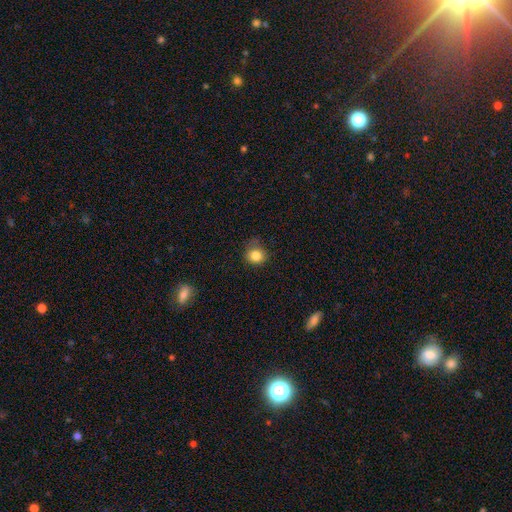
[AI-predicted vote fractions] Overall: smooth (84%). How rounded: round (83%). Merging: none (71%).